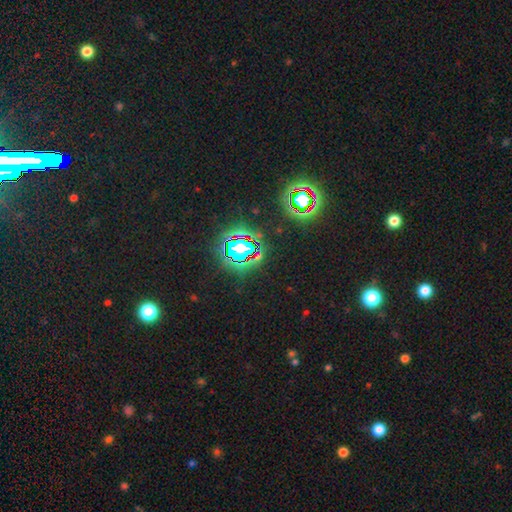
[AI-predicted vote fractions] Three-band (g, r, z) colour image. It shows a star or artifact, not a galaxy (75%).